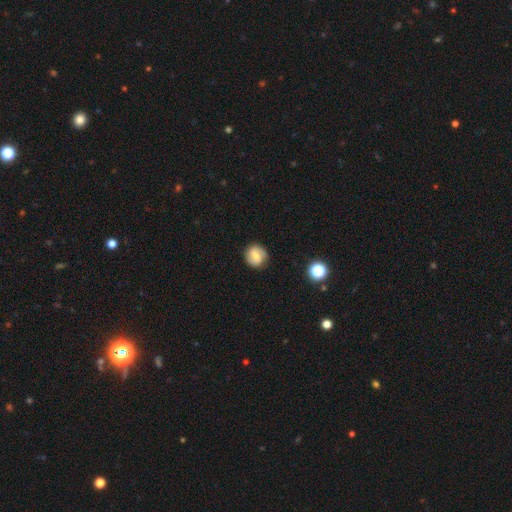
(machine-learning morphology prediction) smooth 47%, featured or disk 45%, star or artifact 9%. Down the decision tree: merging — none (84%).